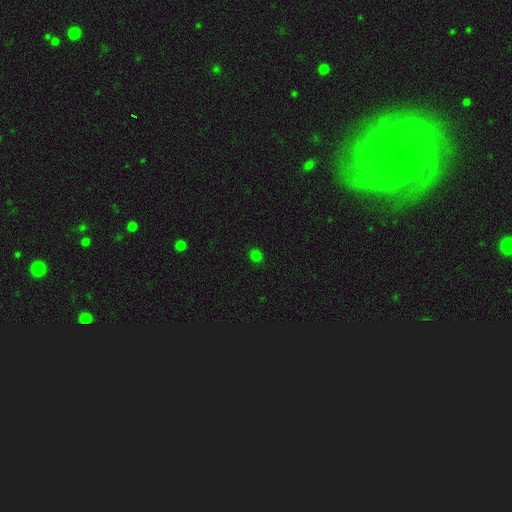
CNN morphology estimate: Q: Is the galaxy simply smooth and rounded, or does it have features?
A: smooth — 77%.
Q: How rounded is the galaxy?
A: round — 78%.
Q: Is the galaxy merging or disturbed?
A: none — 90%.